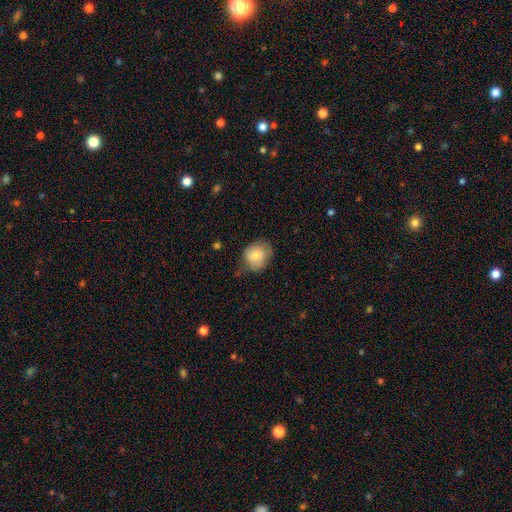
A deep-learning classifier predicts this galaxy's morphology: type=smooth (80%); roundness=round (66%); merging=none (57%).